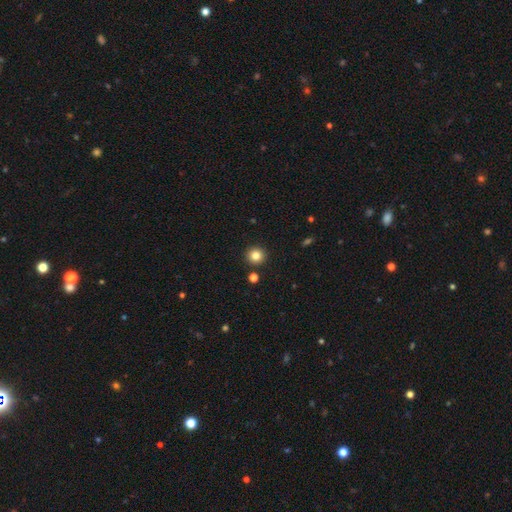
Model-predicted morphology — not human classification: A smooth galaxy with no disk features (82%) that is round (94%).

Vote fractions:
- Smooth or featured? smooth: 82% / star or artifact: 12% / featured or disk: 6%
- How rounded? round: 94% / in between: 5% / cigar-shaped: 1%
- Merging? none: 91% / minor disturbance: 5% / merger: 3% / major disturbance: 2%